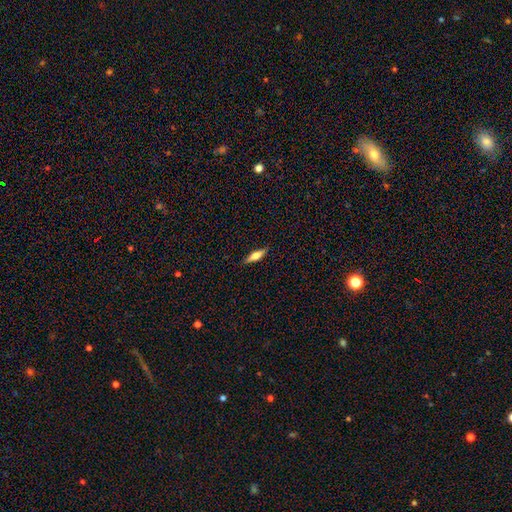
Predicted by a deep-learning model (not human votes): This appears to be a smooth galaxy with no disk features (59%) that is cigar-shaped (61%). Merging: none (88%).